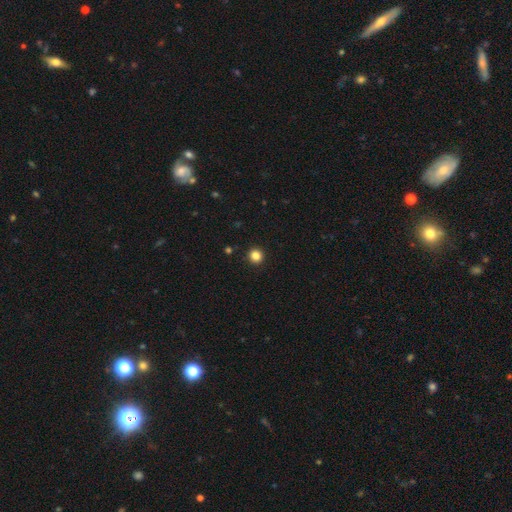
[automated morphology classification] A smooth galaxy with no disk features (84%) that is round (95%). Merging: none (93%).